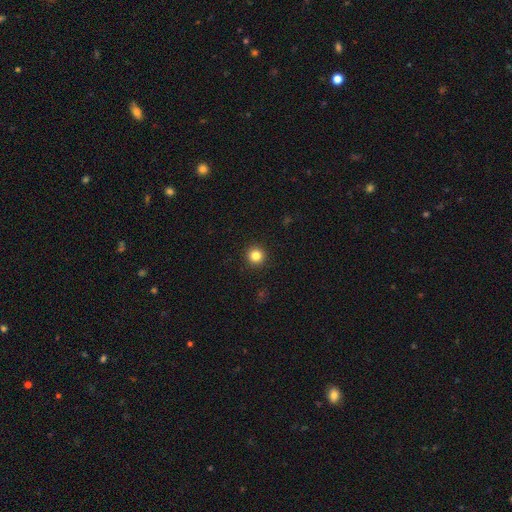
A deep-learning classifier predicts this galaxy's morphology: Overall: smooth (83%). How rounded: round (96%). Merging: none (93%).